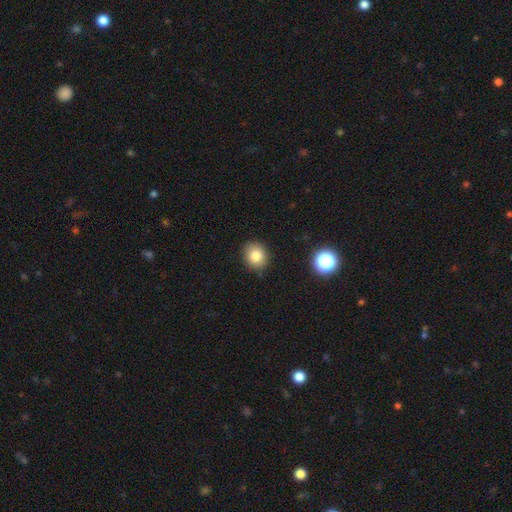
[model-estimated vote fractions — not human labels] Smooth or featured?
  - smooth: 82% *
  - star or artifact: 11%
  - featured or disk: 7%
How rounded?
  - round: 72% *
  - in between: 28%
  - cigar-shaped: 1%
Merging?
  - none: 88% *
  - minor disturbance: 9%
  - major disturbance: 2%
  - merger: 2%